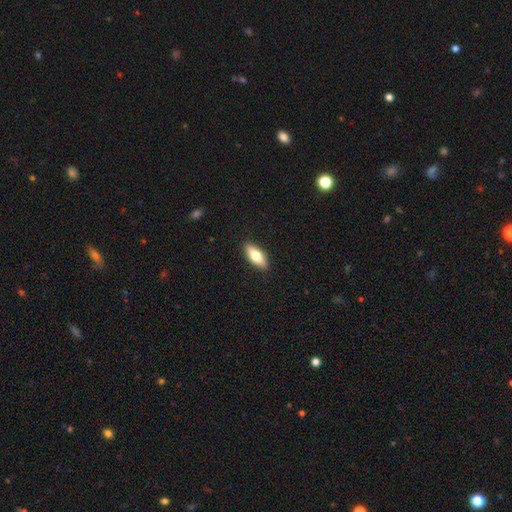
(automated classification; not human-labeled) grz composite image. It shows a smooth galaxy with no disk features (71%) that is in between round and cigar-shaped (73%). Merging: none (89%).